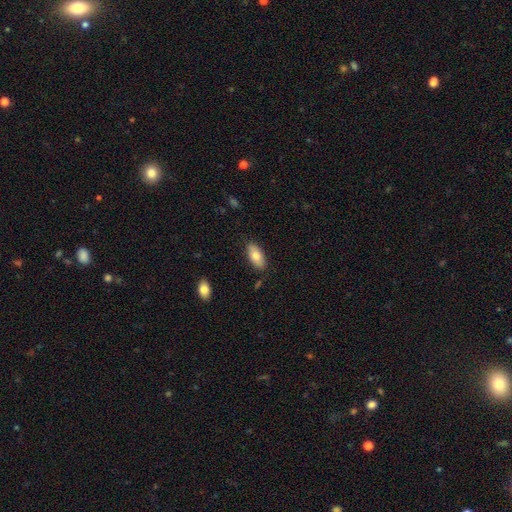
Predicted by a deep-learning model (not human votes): Smooth or featured: smooth — 77% (featured or disk — 16%)
How rounded: in between — 93% (cigar-shaped — 5%)
Merging: none — 85% (minor disturbance — 12%)